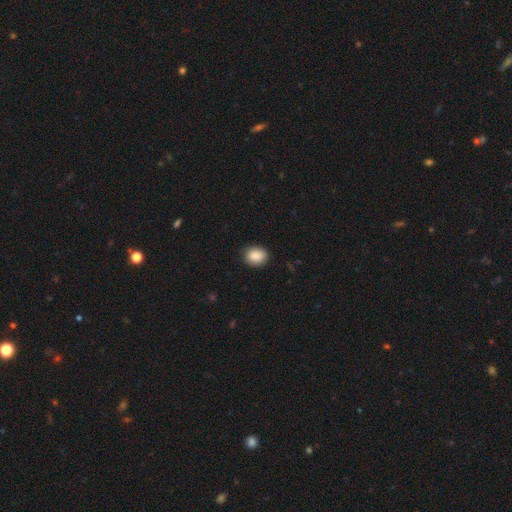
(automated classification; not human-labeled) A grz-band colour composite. It shows a smooth galaxy with no disk features (89%) that is in between round and cigar-shaped (50%). Merging: none (86%).